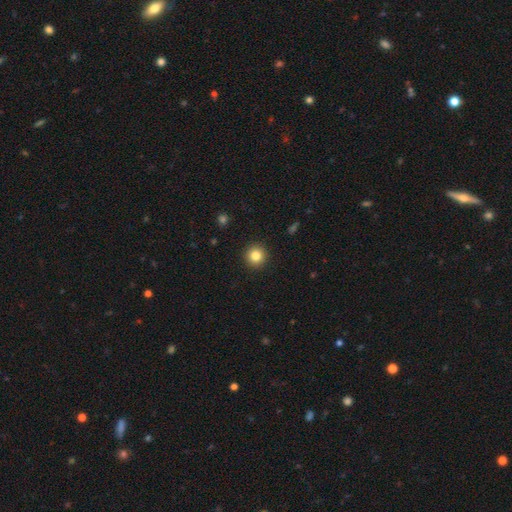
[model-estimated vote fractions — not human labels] The model was most divided on "smooth or featured": smooth: 82%, star or artifact: 11%, featured or disk: 7%. More confident: how rounded — round (95%); merging — none (93%).